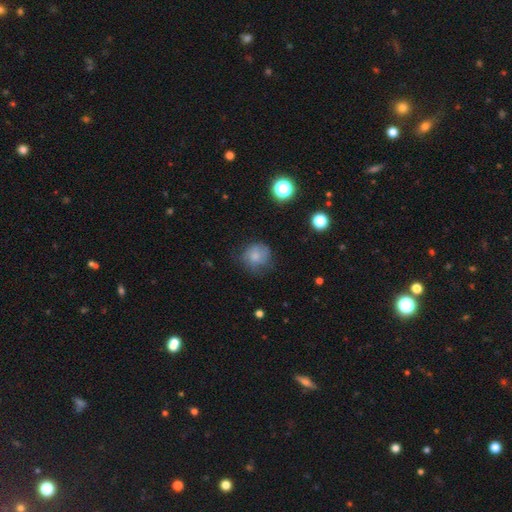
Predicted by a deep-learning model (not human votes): Smooth or featured? smooth (71%)
How rounded? round (84%)
Merging? none (59%)